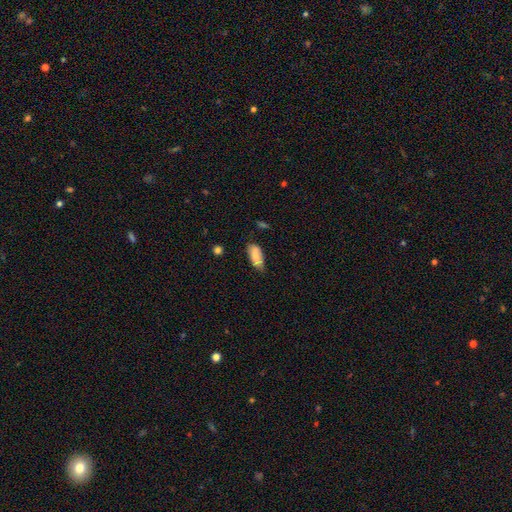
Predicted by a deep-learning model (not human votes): smooth 76%, featured or disk 17%, star or artifact 7%. Down the decision tree: how rounded — in between (86%); merging — none (64%).